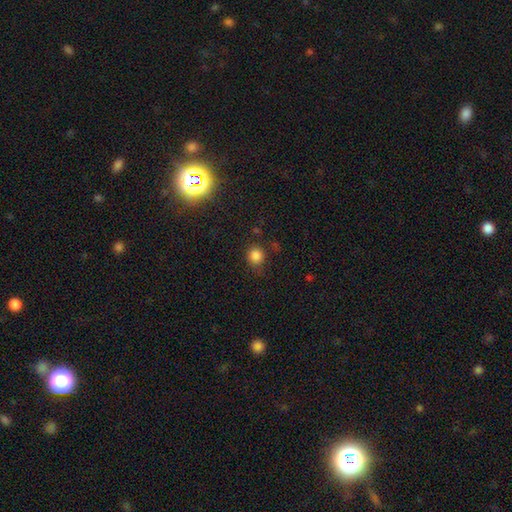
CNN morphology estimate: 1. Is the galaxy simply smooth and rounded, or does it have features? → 82% smooth, 14% star or artifact, 4% featured or disk.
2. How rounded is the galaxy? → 85% round, 14% in between, 1% cigar-shaped.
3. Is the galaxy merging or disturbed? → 76% none, 16% minor disturbance, 5% major disturbance, 3% merger.